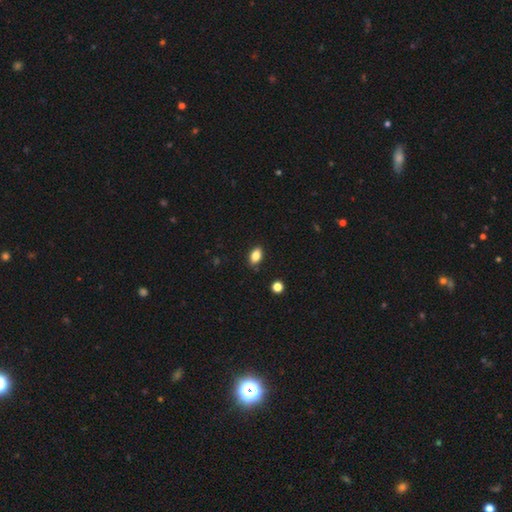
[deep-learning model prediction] Smooth or featured? Predicted: smooth (p=0.84). How rounded? Predicted: in between (p=0.87). Merging? Predicted: none (p=0.86).